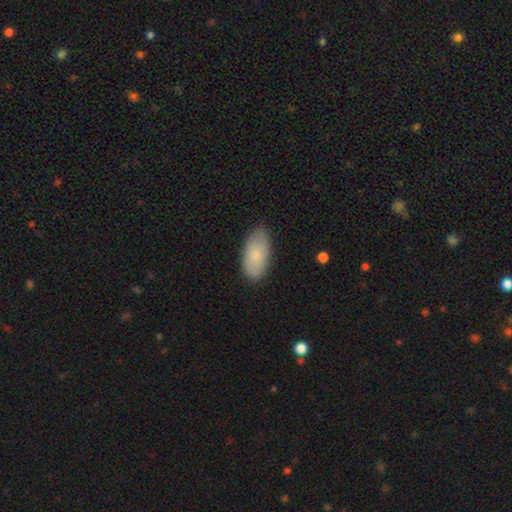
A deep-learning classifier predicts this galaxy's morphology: Overall: smooth (79%). How rounded: in between (94%). Merging: none (79%).